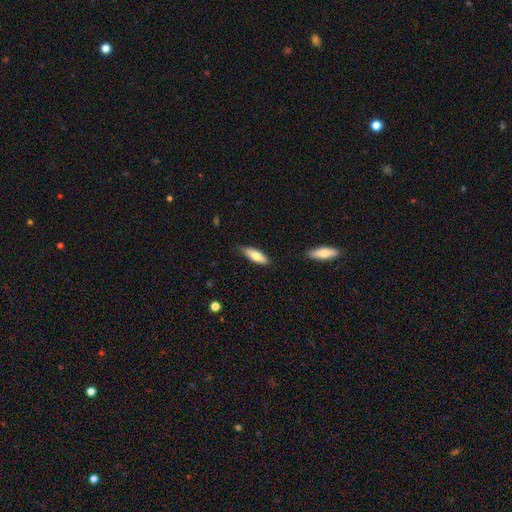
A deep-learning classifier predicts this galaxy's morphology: Smooth or featured: smooth — 76% (featured or disk — 18%)
How rounded: in between — 56% (cigar-shaped — 42%)
Merging: none — 82% (minor disturbance — 14%)